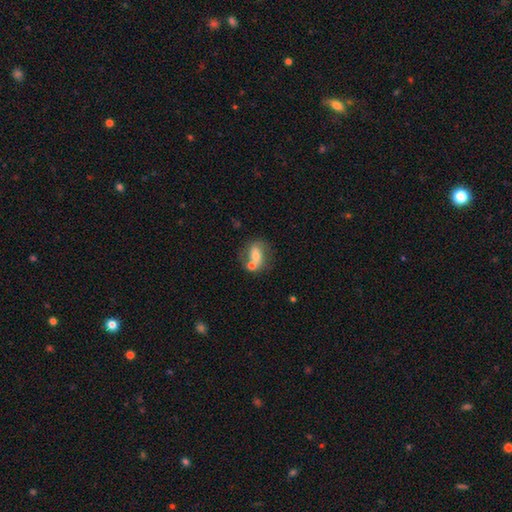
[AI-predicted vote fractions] The model was most divided on "smooth or featured": smooth: 48%, featured or disk: 42%, star or artifact: 9%. Remaining: merging — none (45%).